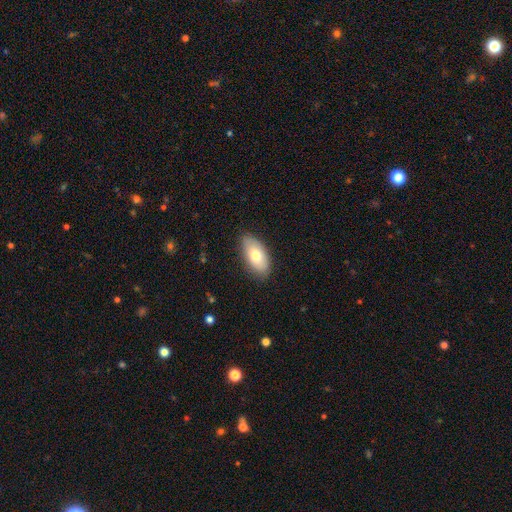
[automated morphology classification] smooth_or_featured: smooth (p=0.73) [alt: featured or disk p=0.21]
how_rounded: in between (p=0.93) [alt: cigar-shaped p=0.04]
merging: none (p=0.84) [alt: minor disturbance p=0.13]